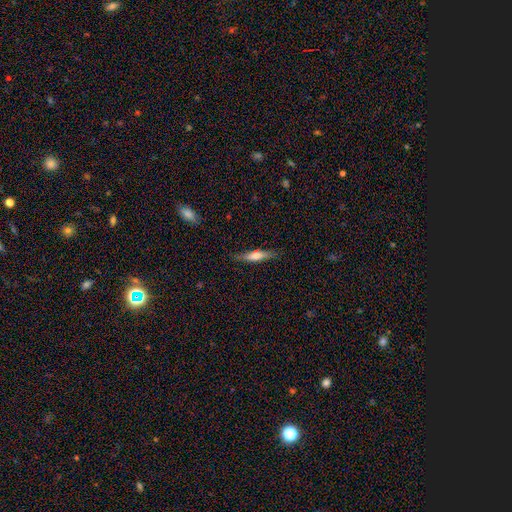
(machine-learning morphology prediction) A smooth galaxy with no disk features (52%) that is cigar-shaped (82%). Merging: none (83%).